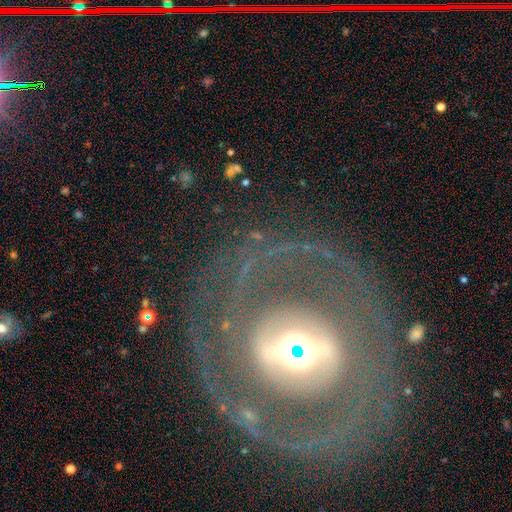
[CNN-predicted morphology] This appears to be a featured or disk galaxy (79%) with no bar (38%), spiral arms (66%) and a moderate central bulge (44%). Merging: none (78%).